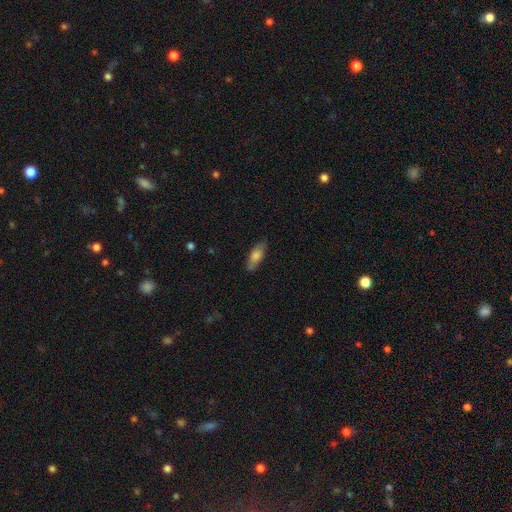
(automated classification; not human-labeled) This is likely a smooth galaxy (71%). How rounded: likely in between (72%). Merging: likely none (77%).